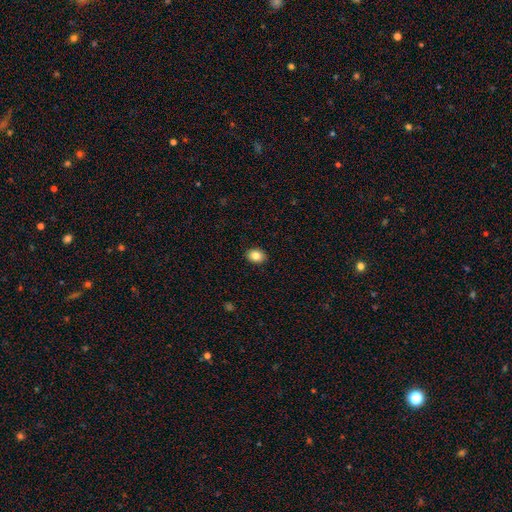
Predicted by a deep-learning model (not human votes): This is clearly a smooth galaxy (84%). How rounded: likely in between (64%). Merging: clearly none (90%).